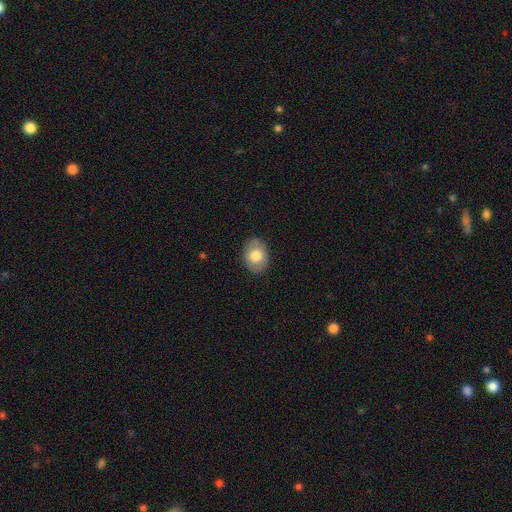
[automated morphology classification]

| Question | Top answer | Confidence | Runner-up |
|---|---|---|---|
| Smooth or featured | smooth | 73% | featured or disk (20%) |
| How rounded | in between | 74% | round (25%) |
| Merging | none | 85% | minor disturbance (11%) |